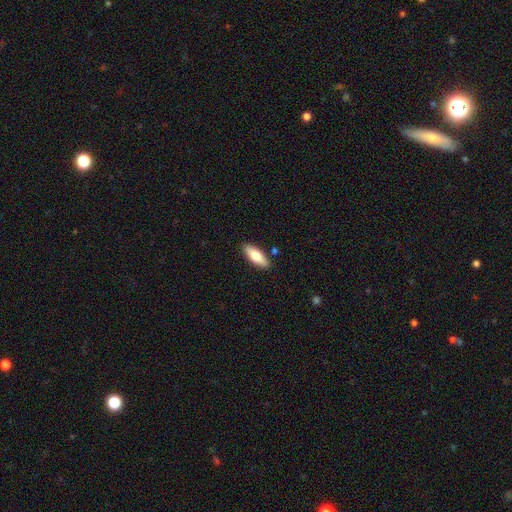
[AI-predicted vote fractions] Smooth or featured?
  - smooth: 73% *
  - featured or disk: 21%
  - star or artifact: 6%
How rounded?
  - in between: 67% *
  - cigar-shaped: 31%
  - round: 2%
Merging?
  - none: 87% *
  - minor disturbance: 9%
  - merger: 3%
  - major disturbance: 2%